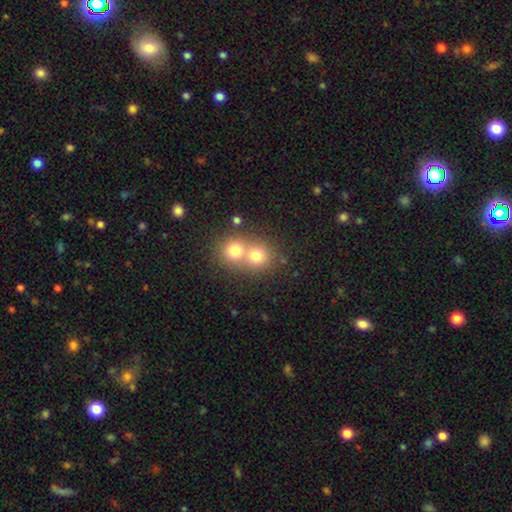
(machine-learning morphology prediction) The model was most divided on "merging": merger: 61%, none: 32%, minor disturbance: 5%, major disturbance: 2%. More confident: how rounded — round (81%); smooth or featured — smooth (73%).